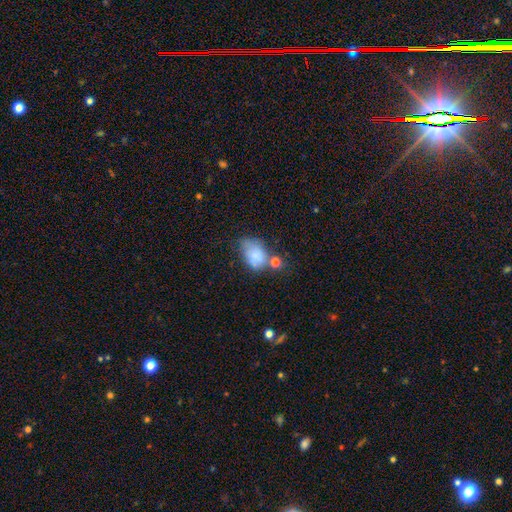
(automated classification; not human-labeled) Smooth or featured? Predicted: smooth (p=0.75). How rounded? Predicted: in between (p=0.82). Merging? Predicted: none (p=0.34).